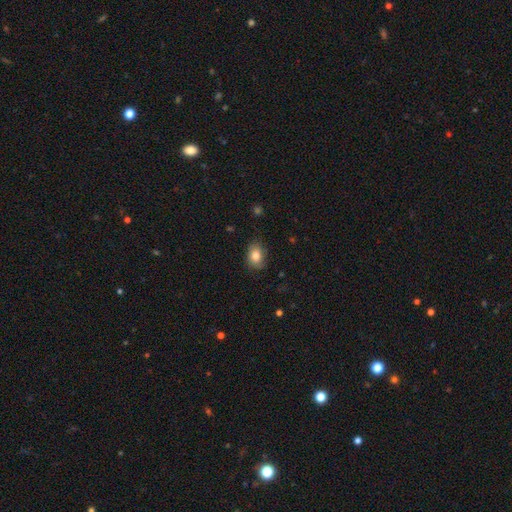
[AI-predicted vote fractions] smooth 81%, featured or disk 10%, star or artifact 9%. Down the decision tree: how rounded — in between (73%); merging — none (77%).